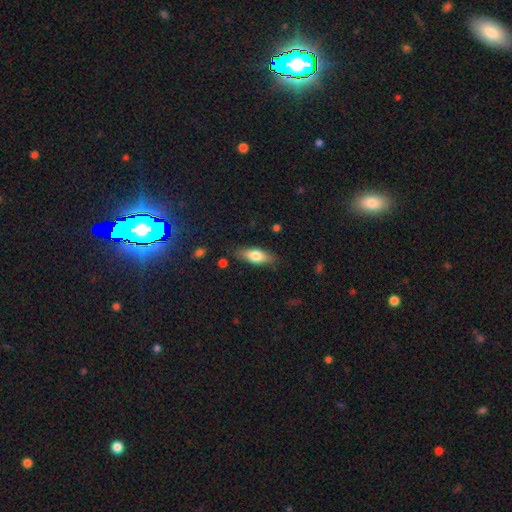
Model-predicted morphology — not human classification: smooth 69%, featured or disk 24%, star or artifact 6%. Down the decision tree: how rounded — in between (71%); merging — none (82%).